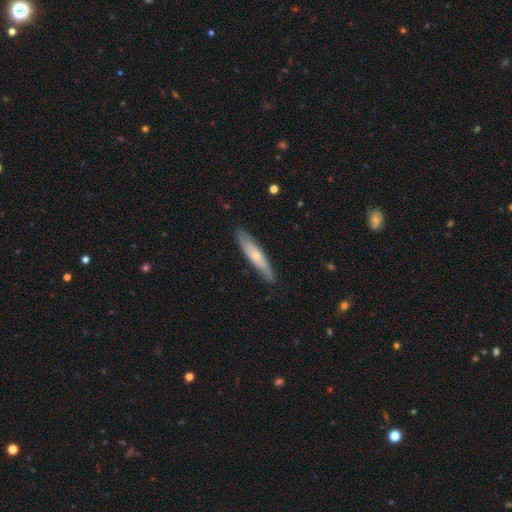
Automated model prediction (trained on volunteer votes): smooth-or-featured: smooth: 54% | featured or disk: 41% | star or artifact: 5%
  how-rounded: cigar-shaped: 86% | in between: 12% | round: 1%
  merging: none: 83% | minor disturbance: 14% | major disturbance: 2% | merger: 1%